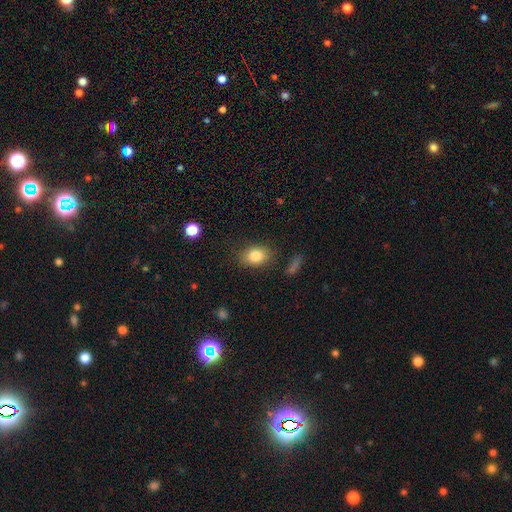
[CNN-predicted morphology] type=smooth (82%); roundness=in between (70%); merging=none (80%).